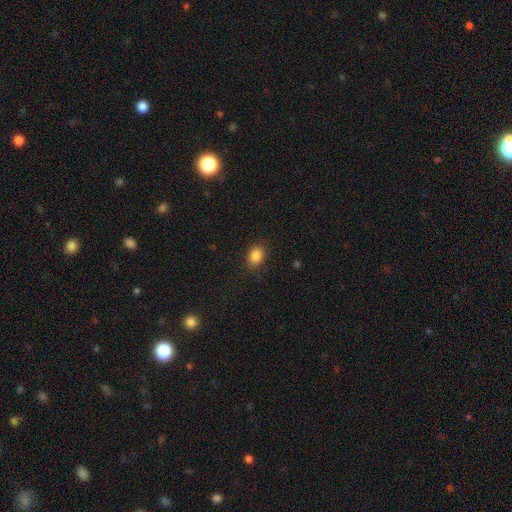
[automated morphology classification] This is clearly a smooth galaxy (86%). How rounded: likely in between (63%). Merging: clearly none (85%).